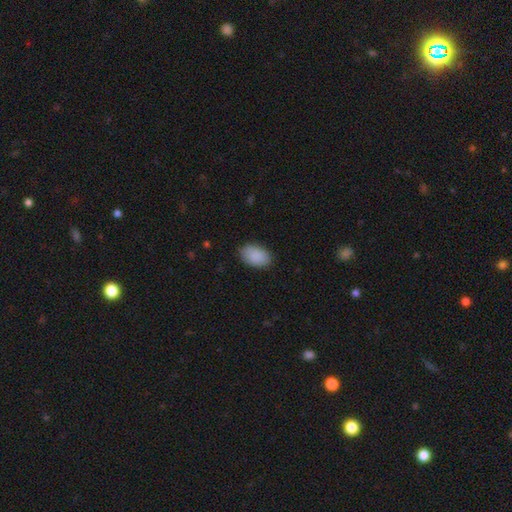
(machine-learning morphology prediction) A smooth galaxy with no disk features (90%) that is in between round and cigar-shaped (91%). Merging: none (85%).